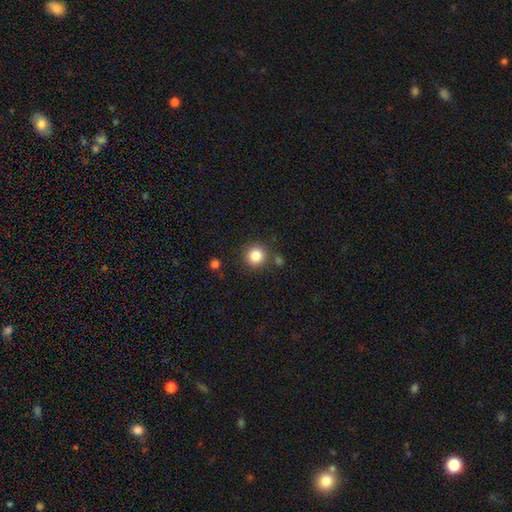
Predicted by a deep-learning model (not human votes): The model was most divided on "merging": none: 83%, minor disturbance: 9%, merger: 6%, major disturbance: 3%. More confident: how rounded — round (92%); smooth or featured — smooth (85%).